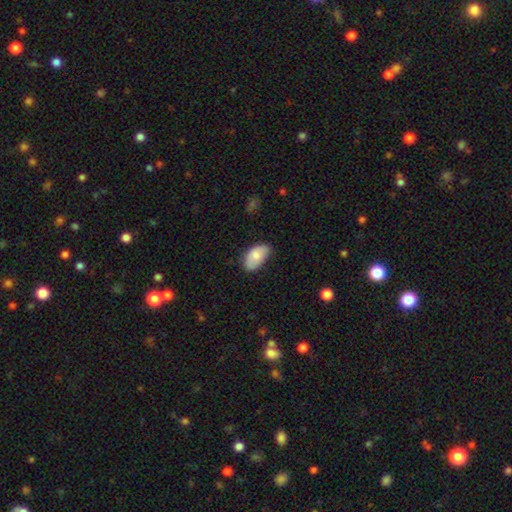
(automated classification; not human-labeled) smooth 80%, featured or disk 14%, star or artifact 7%. Down the decision tree: how rounded — in between (94%); merging — none (63%).